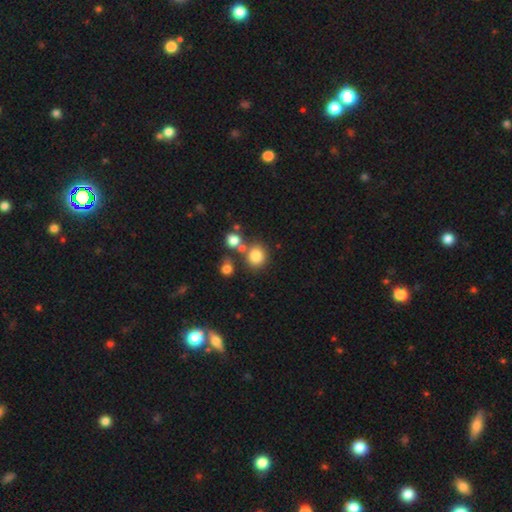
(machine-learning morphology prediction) Smooth or featured? smooth (81%)
How rounded? round (82%)
Merging? none (67%)